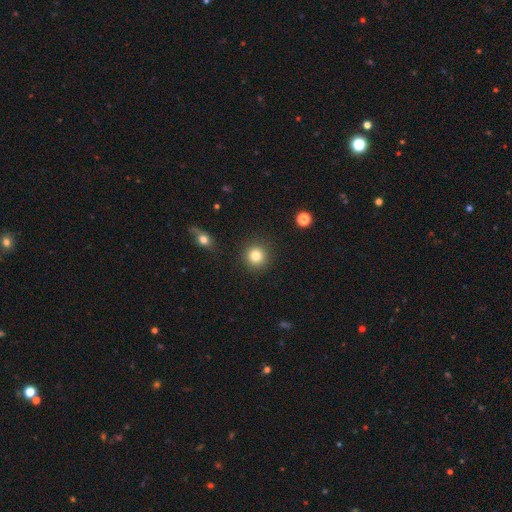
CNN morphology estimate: Smooth or featured: smooth — 83% (star or artifact — 11%)
How rounded: round — 93% (in between — 6%)
Merging: none — 90% (minor disturbance — 6%)